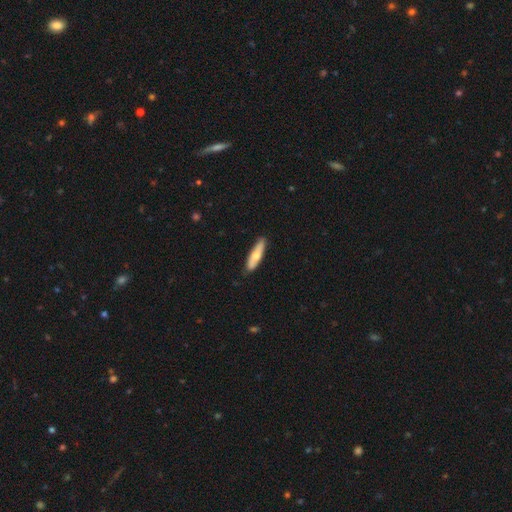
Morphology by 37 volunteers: Smooth or featured? 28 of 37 (76%) said smooth. How rounded? 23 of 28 (82%) said cigar-shaped. Merging? 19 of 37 (51%) said none.